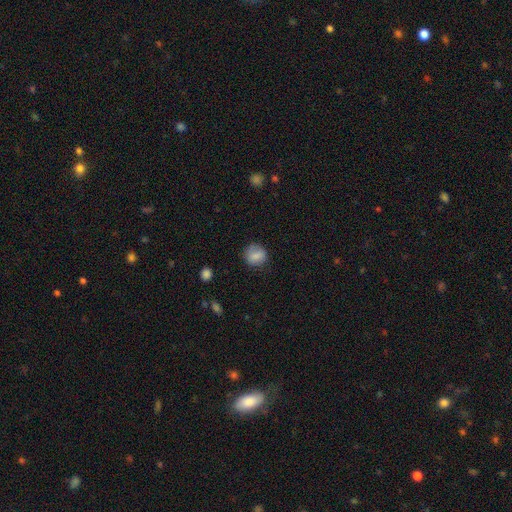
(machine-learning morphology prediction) The model was most divided on "how rounded": round: 76%, in between: 23%, cigar-shaped: 1%. More confident: smooth or featured — smooth (83%); merging — none (76%).